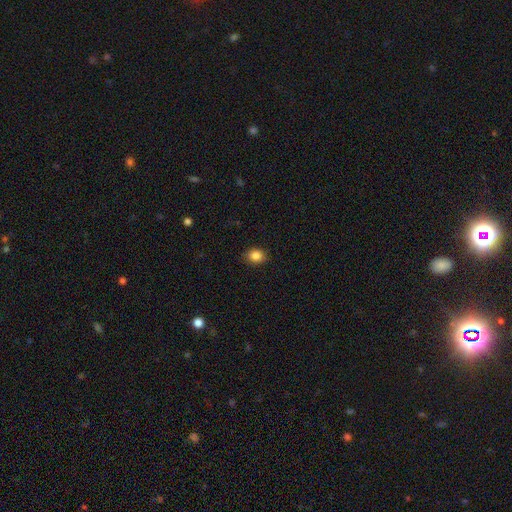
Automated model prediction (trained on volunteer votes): Morphology: type=smooth (86%); roundness=round (53%); merging=none (87%).